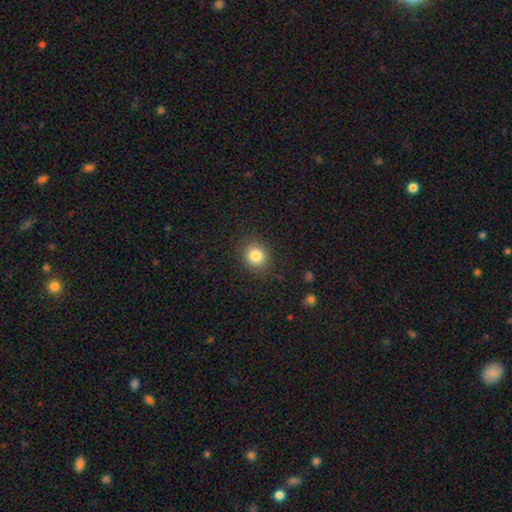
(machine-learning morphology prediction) smooth 83%, star or artifact 11%, featured or disk 6%. Down the decision tree: how rounded — round (80%); merging — none (88%).